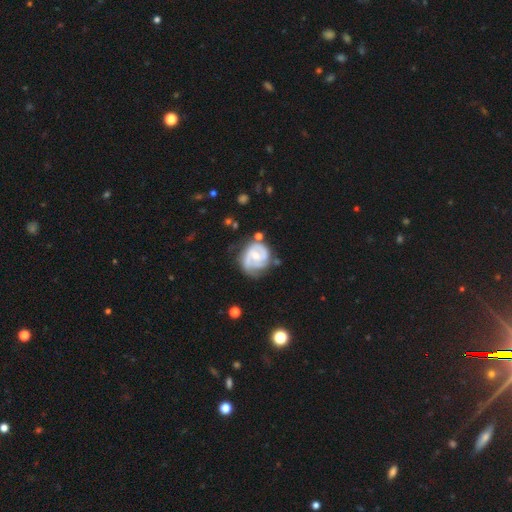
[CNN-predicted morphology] This appears to be a featured or disk galaxy (81%) with no bar (47%), 2 (57%) tight (53%) spiral arms (92%) and a small central bulge (47%). Merging: none (51%).